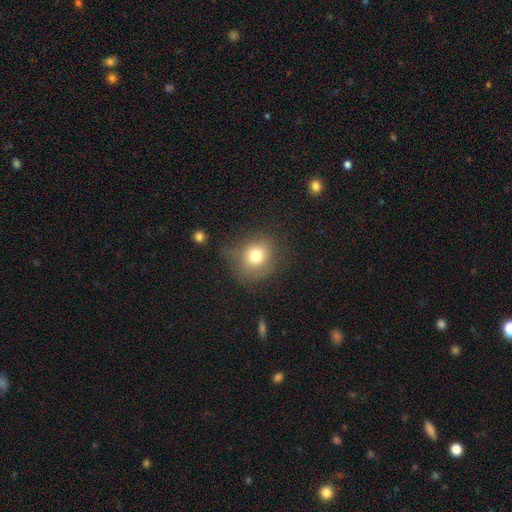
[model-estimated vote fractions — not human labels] Smooth or featured? smooth (76%)
How rounded? round (79%)
Merging? none (64%)